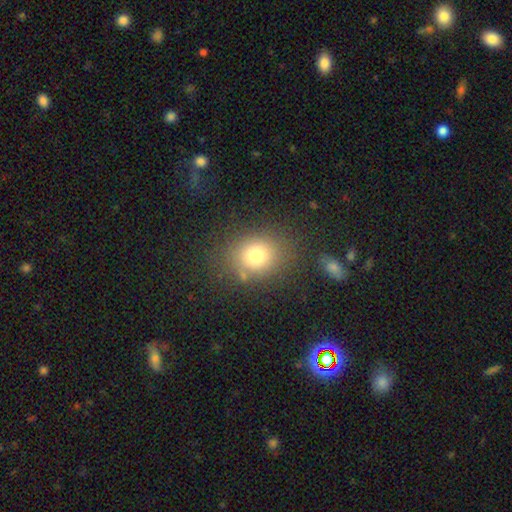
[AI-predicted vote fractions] A smooth galaxy with no disk features (79%) that is round (58%). Merging: none (77%).